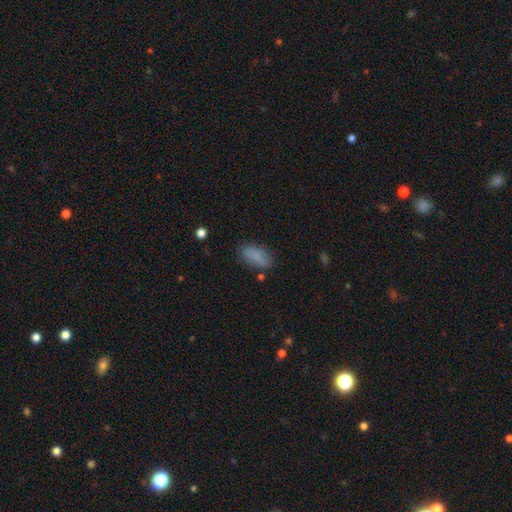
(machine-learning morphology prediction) Smooth or featured? Predicted: smooth (p=0.82). How rounded? Predicted: in between (p=0.87). Merging? Predicted: none (p=0.71).